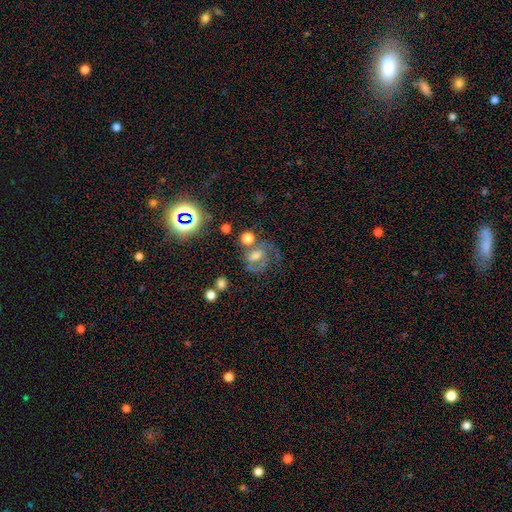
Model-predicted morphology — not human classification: Overall: featured or disk (43%; smooth 35%). Merging: none (46%; major disturbance 21%).